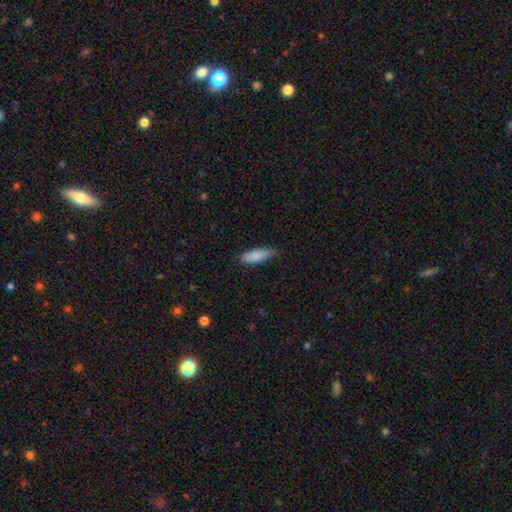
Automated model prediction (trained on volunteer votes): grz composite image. It shows a smooth galaxy with no disk features (86%) that is in between round and cigar-shaped (55%). Merging: none (65%).